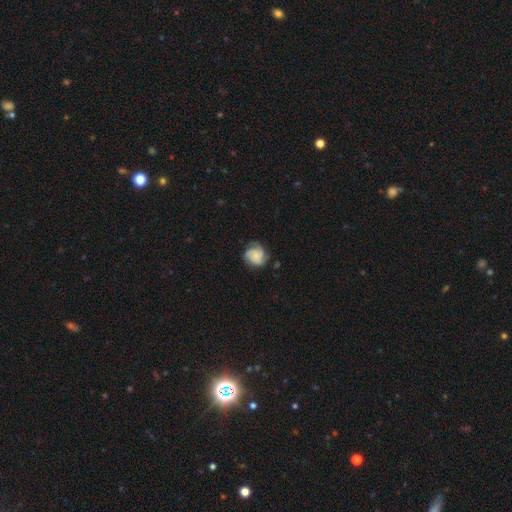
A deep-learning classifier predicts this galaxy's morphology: This is likely a featured or disk galaxy (60%). It is clearly not viewed edge-on (98%). Bar: likely no (76%). Spiral arm pattern: clearly yes (94%). Spiral arm count: possibly 3 (51%). Spiral winding: possibly tight (51%). Central bulge: possibly small (49%). Merging: likely none (69%).